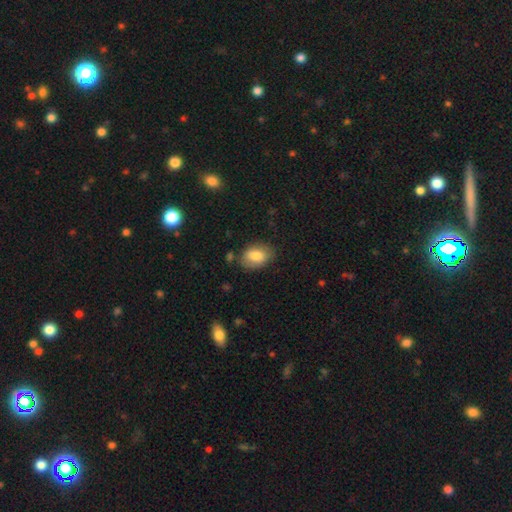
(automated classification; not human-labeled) Overall: smooth (82%). How rounded: in between (84%). Merging: none (78%).